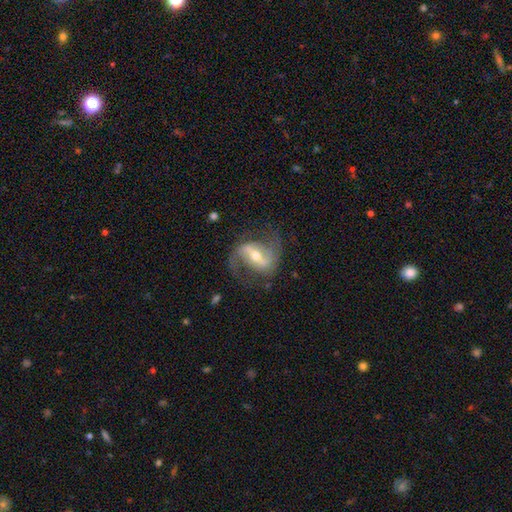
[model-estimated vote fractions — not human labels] This is clearly a featured or disk galaxy (88%). It is clearly not viewed edge-on (96%). Bar: possibly strong (55%). Spiral arm pattern: clearly yes (95%). Spiral arm count: clearly 2 (90%). Spiral winding: possibly loose (45%). Central bulge: possibly moderate (57%). Merging: likely none (71%).